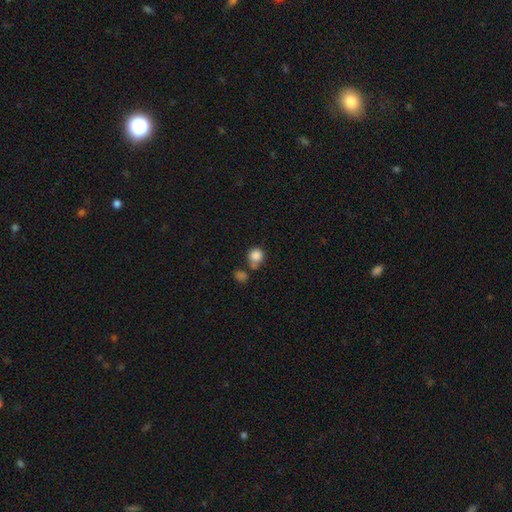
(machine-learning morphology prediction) A smooth galaxy with no disk features (85%) that is round (86%).

Vote fractions:
- Smooth or featured? smooth: 85% / star or artifact: 9% / featured or disk: 6%
- How rounded? round: 86% / in between: 13% / cigar-shaped: 1%
- Merging? none: 51% / merger: 30% / minor disturbance: 13% / major disturbance: 6%